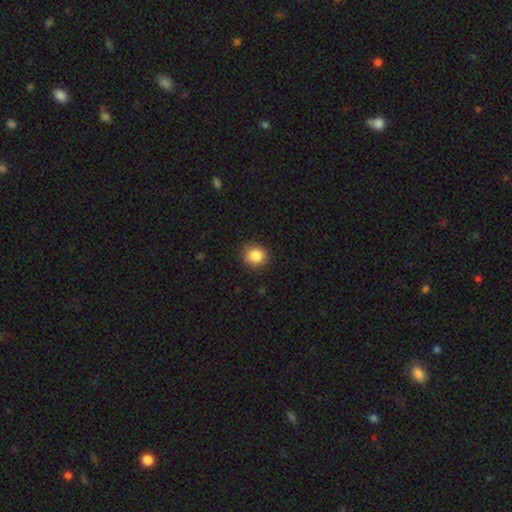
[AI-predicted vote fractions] smooth_or_featured: smooth (p=0.86) [alt: star or artifact p=0.10]
how_rounded: round (p=0.80) [alt: in between p=0.19]
merging: none (p=0.85) [alt: minor disturbance p=0.12]